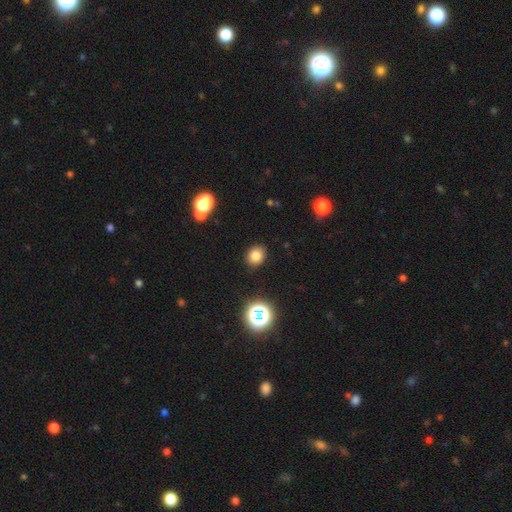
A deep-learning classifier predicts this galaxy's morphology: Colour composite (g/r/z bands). It shows a smooth galaxy with no disk features (80%) that is round (62%). Merging: none (88%).